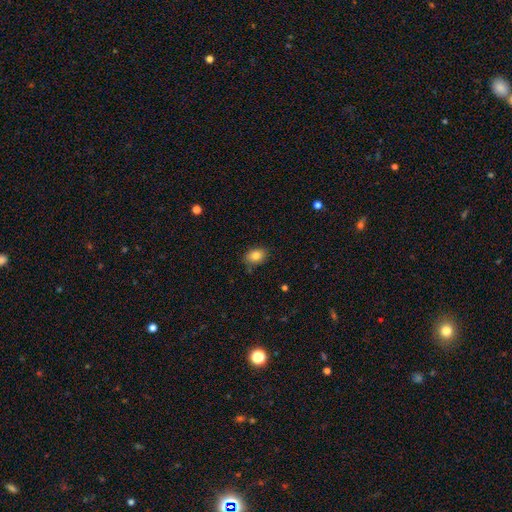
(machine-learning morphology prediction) smooth-or-featured: smooth: 84% | star or artifact: 9% | featured or disk: 7%
  how-rounded: in between: 74% | round: 24% | cigar-shaped: 1%
  merging: none: 80% | minor disturbance: 15% | major disturbance: 3% | merger: 2%